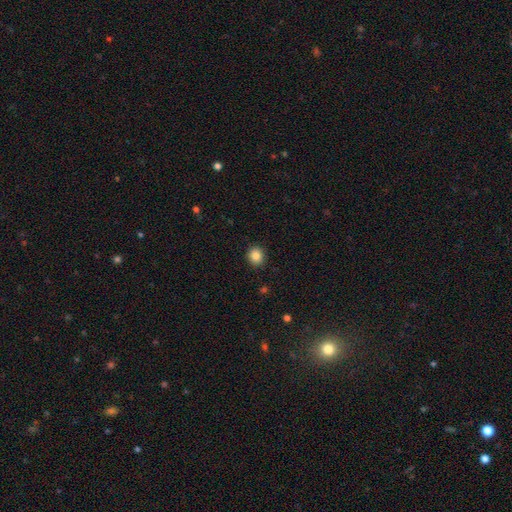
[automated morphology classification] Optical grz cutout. It shows a smooth galaxy with no disk features (86%) that is round (82%). Merging: none (91%).